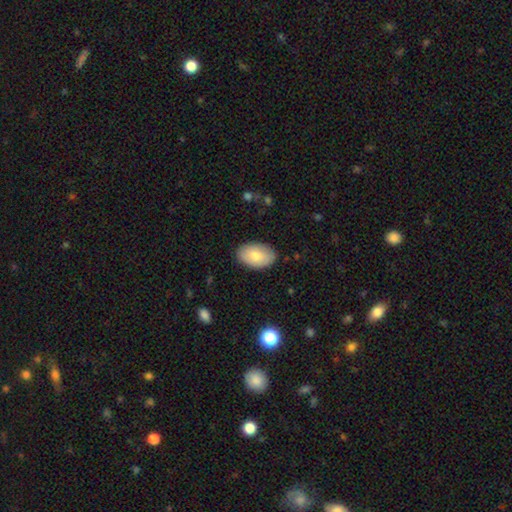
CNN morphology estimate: This appears to be a smooth galaxy with no disk features (76%) that is in between round and cigar-shaped (91%). Merging: none (86%).